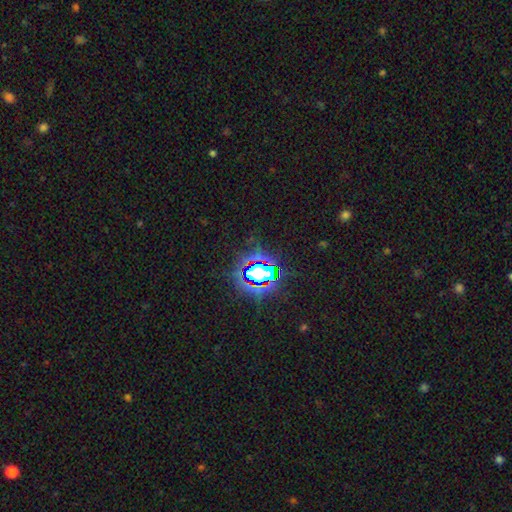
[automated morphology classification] star or artifact 80%, smooth 12%, featured or disk 8%.